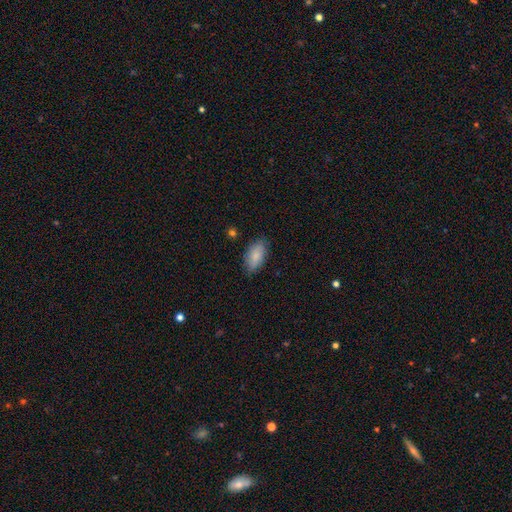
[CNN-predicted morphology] type=smooth (85%); roundness=in between (91%); merging=none (81%).